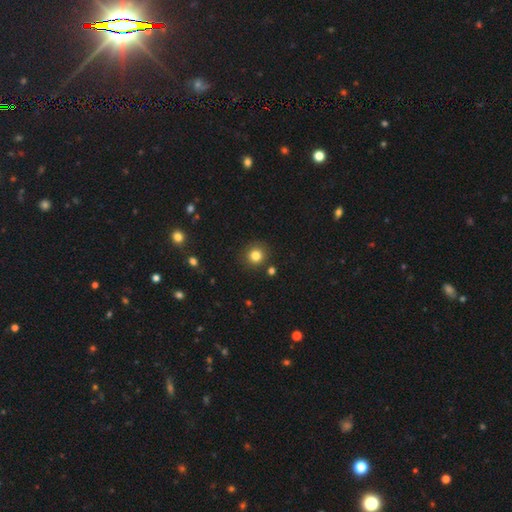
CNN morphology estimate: Smooth or featured?
  - smooth: 82% *
  - star or artifact: 12%
  - featured or disk: 6%
How rounded?
  - round: 92% *
  - in between: 7%
  - cigar-shaped: 1%
Merging?
  - none: 88% *
  - minor disturbance: 7%
  - merger: 3%
  - major disturbance: 2%